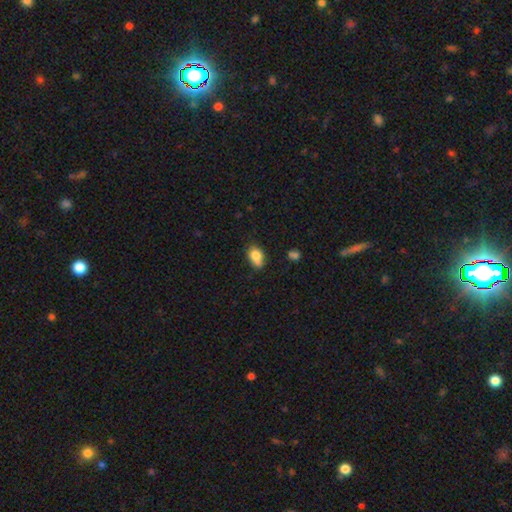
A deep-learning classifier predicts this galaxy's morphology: Smooth or featured? Predicted: smooth (p=0.81). How rounded? Predicted: in between (p=0.80). Merging? Predicted: none (p=0.51).